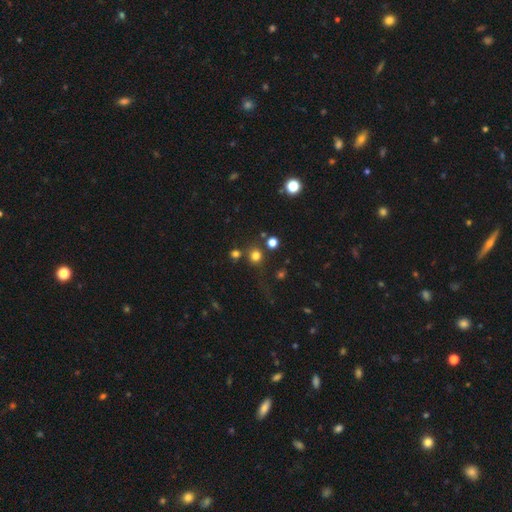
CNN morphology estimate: smooth 73%, star or artifact 20%, featured or disk 7%. Down the decision tree: how rounded — round (91%); merging — none (75%).